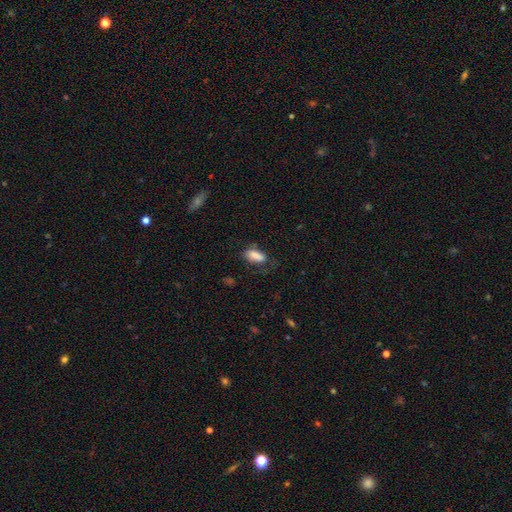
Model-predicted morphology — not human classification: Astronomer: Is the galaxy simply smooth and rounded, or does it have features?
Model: smooth — 84%.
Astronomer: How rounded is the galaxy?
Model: in between — 84%.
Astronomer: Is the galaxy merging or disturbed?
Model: none — 55%.